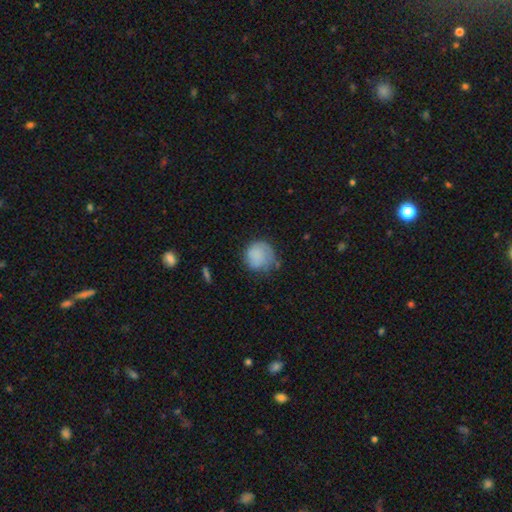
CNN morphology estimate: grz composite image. It shows a smooth galaxy with no disk features (78%) that is round (86%). Merging: none (51%).